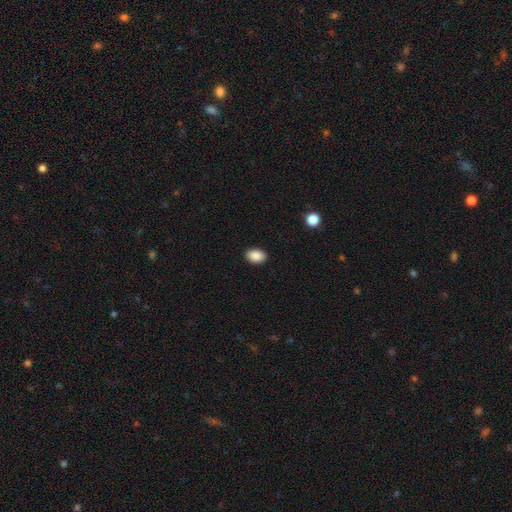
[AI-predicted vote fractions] smooth_or_featured: smooth (p=0.89) [alt: star or artifact p=0.07]
how_rounded: in between (p=0.87) [alt: round p=0.12]
merging: none (p=0.90) [alt: minor disturbance p=0.07]